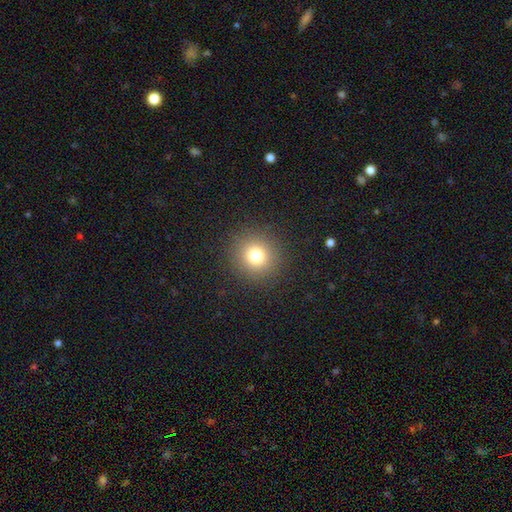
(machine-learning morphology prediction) type=smooth (76%); roundness=round (93%); merging=none (91%).